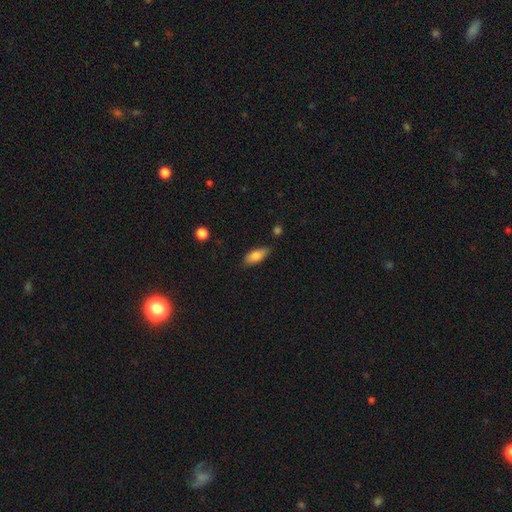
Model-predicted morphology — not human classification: Smooth or featured? Predicted: smooth (p=0.80). How rounded? Predicted: in between (p=0.82). Merging? Predicted: none (p=0.76).